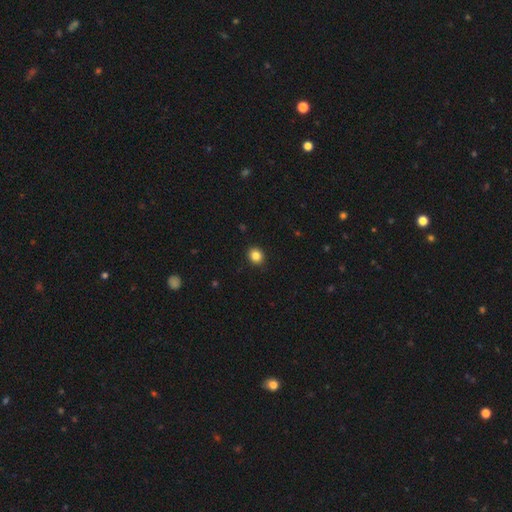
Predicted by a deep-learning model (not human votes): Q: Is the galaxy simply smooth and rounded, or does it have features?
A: smooth — 84%.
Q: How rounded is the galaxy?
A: round — 76%.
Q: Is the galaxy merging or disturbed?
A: none — 92%.